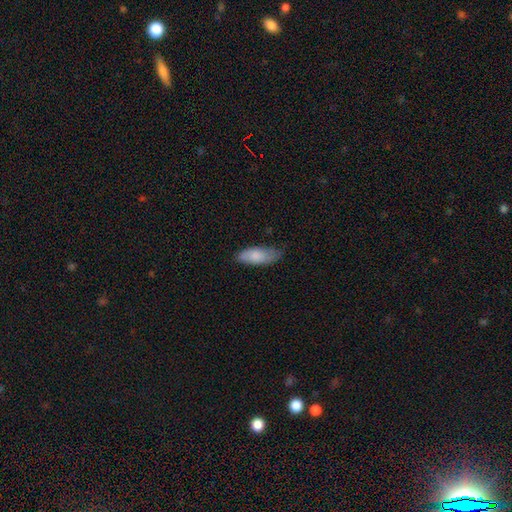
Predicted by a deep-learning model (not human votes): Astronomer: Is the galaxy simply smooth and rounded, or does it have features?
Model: smooth — 80%.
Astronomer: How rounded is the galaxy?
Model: in between — 77%.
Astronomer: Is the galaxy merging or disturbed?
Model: none — 64%.